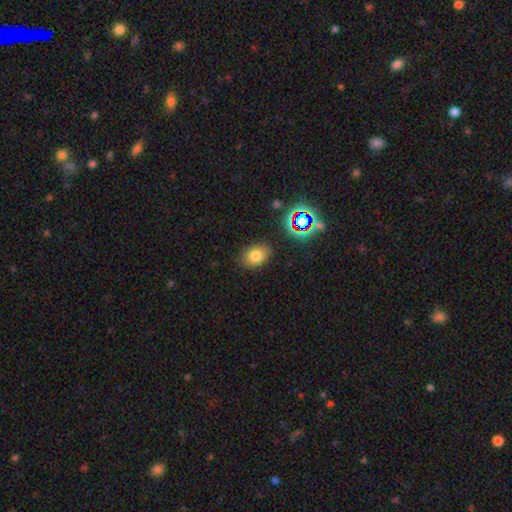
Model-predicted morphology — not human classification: The model was most divided on "how rounded": in between: 77%, round: 22%, cigar-shaped: 1%. More confident: merging — none (84%); smooth or featured — smooth (73%).